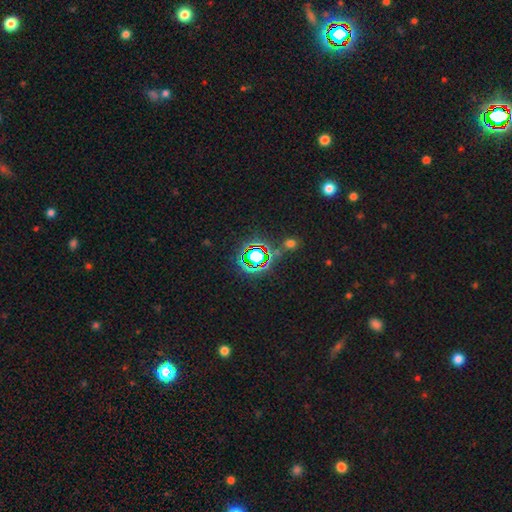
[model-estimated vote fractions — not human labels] Smooth or featured?
  - star or artifact: 73% *
  - smooth: 17%
  - featured or disk: 10%